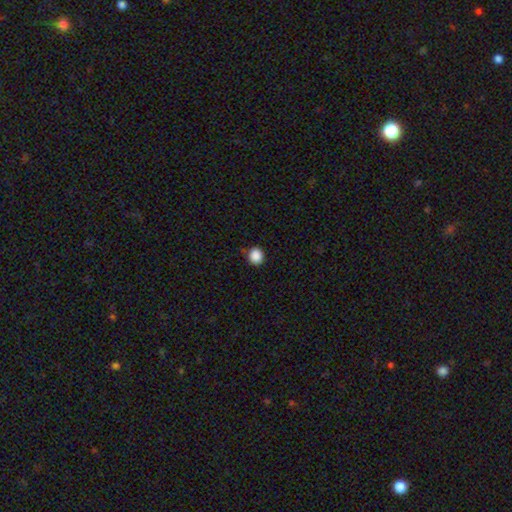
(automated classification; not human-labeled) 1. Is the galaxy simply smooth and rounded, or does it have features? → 88% smooth, 10% star or artifact, 2% featured or disk.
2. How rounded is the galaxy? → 84% round, 15% in between, 1% cigar-shaped.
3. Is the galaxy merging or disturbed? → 88% none, 8% minor disturbance, 2% major disturbance, 2% merger.